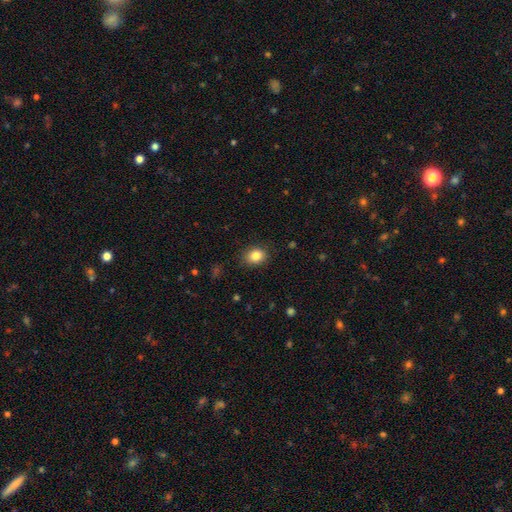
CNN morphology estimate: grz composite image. It shows a smooth galaxy with no disk features (84%) that is round (52%). Merging: none (86%).